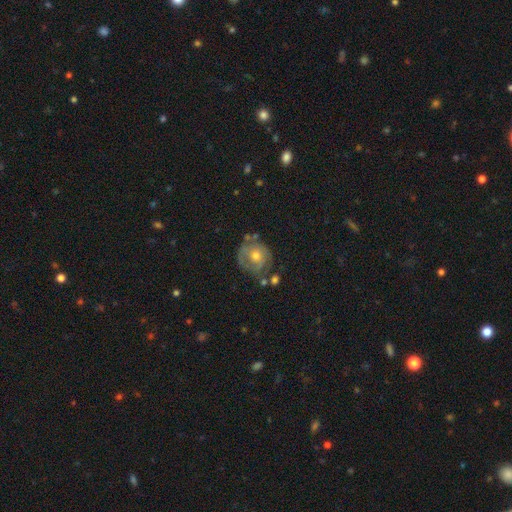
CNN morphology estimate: Q: Smooth or featured?
A: featured or disk (53%); runner-up: smooth (39%)
Q: Edge-on disk?
A: no (97%); runner-up: yes (3%)
Q: Bar?
A: no (82%); runner-up: weak (15%)
Q: Spiral arms?
A: yes (59%); runner-up: no (41%)
Q: Bulge size?
A: moderate (59%); runner-up: small (35%)
Q: Merging?
A: none (53%); runner-up: minor disturbance (24%)